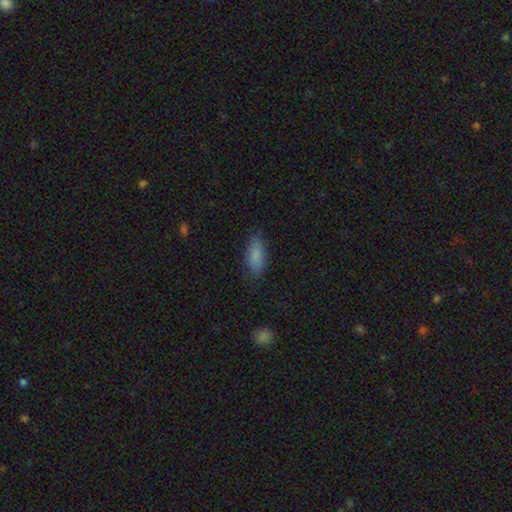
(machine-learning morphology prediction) This appears to be a smooth galaxy with no disk features (85%) that is in between round and cigar-shaped (81%). Merging: none (80%).